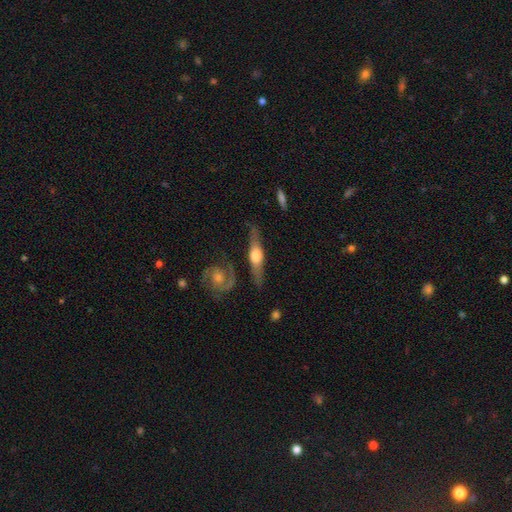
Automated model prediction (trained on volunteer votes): smooth_or_featured: featured or disk (p=0.69) [alt: smooth p=0.26]
disk_edge_on: yes (p=0.88) [alt: no p=0.12]
edge_on_bulge: rounded (p=0.87) [alt: boxy p=0.10]
merging: none (p=0.77) [alt: minor disturbance p=0.14]